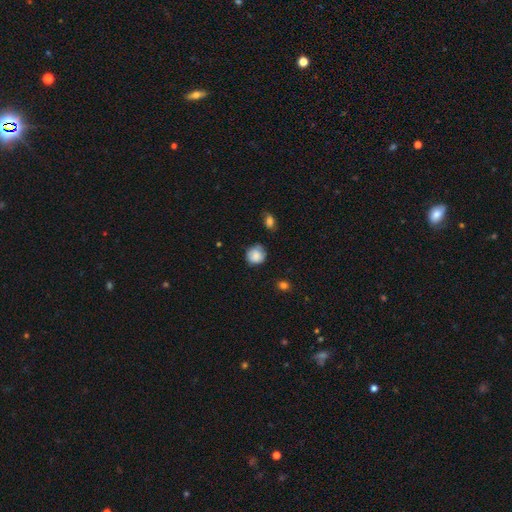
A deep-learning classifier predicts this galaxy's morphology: Q: Smooth or featured?
A: smooth (81%); runner-up: featured or disk (10%)
Q: How rounded?
A: round (83%); runner-up: in between (16%)
Q: Merging?
A: none (67%); runner-up: minor disturbance (25%)